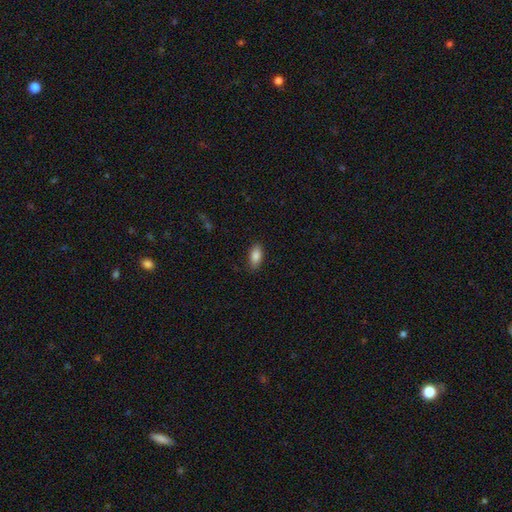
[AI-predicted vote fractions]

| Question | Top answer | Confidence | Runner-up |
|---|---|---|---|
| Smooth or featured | smooth | 86% | star or artifact (7%) |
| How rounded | in between | 89% | cigar-shaped (8%) |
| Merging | none | 86% | minor disturbance (11%) |